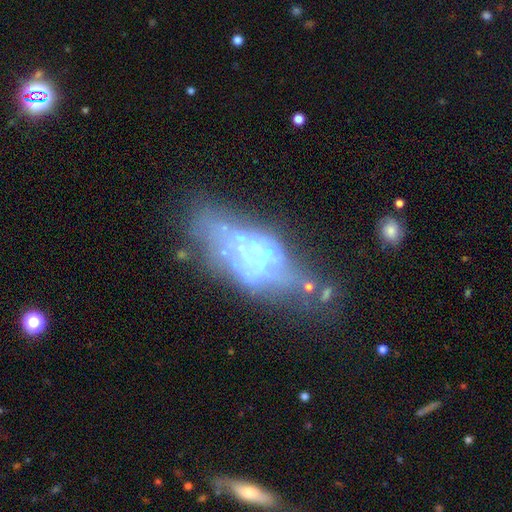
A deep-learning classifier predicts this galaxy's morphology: The model was most divided on "merging": none: 34%, major disturbance: 30%, merger: 18%, minor disturbance: 18%. More confident: spiral arms — no (90%); bar — no (84%); edge-on disk — no (82%); smooth or featured — featured or disk (66%); bulge size — none (54%).